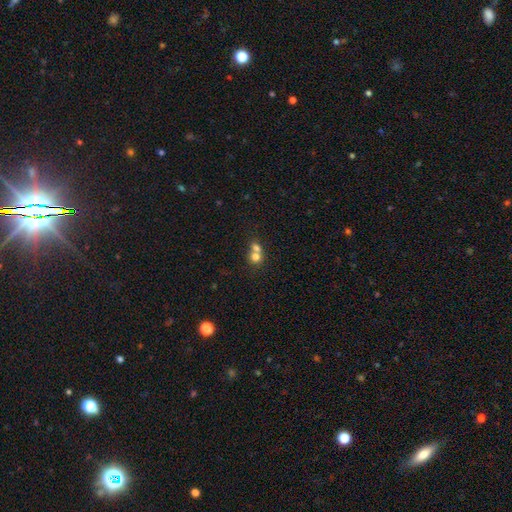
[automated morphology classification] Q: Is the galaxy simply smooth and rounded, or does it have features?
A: smooth — 73%.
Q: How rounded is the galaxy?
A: round — 80%.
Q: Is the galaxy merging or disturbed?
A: merger — 64%.